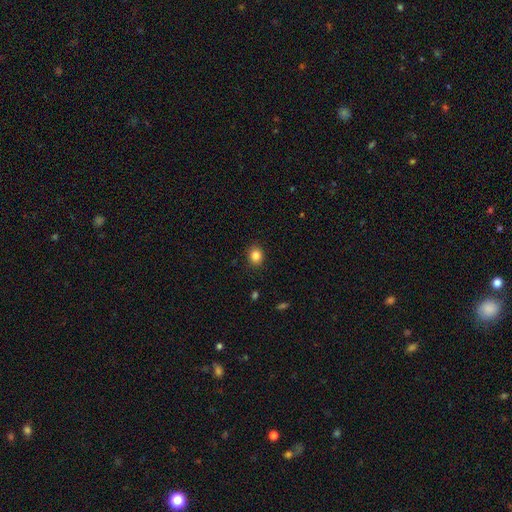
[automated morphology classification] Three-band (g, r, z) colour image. It shows a smooth galaxy with no disk features (84%) that is round (68%). Merging: none (90%).